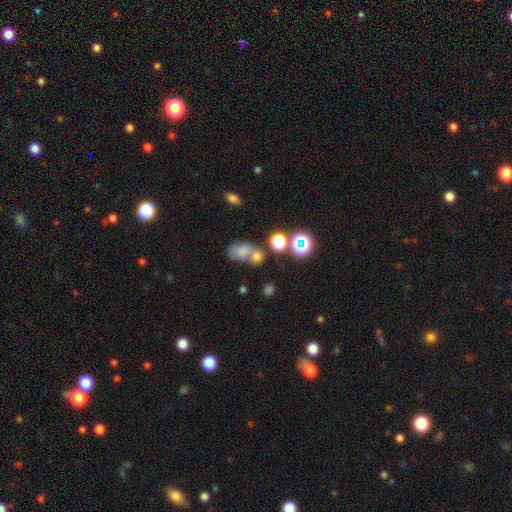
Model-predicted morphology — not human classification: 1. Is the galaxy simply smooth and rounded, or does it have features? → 65% smooth, 20% star or artifact, 14% featured or disk.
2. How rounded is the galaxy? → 59% in between, 39% round, 2% cigar-shaped.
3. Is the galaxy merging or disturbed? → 47% merger, 35% none, 12% minor disturbance, 7% major disturbance.